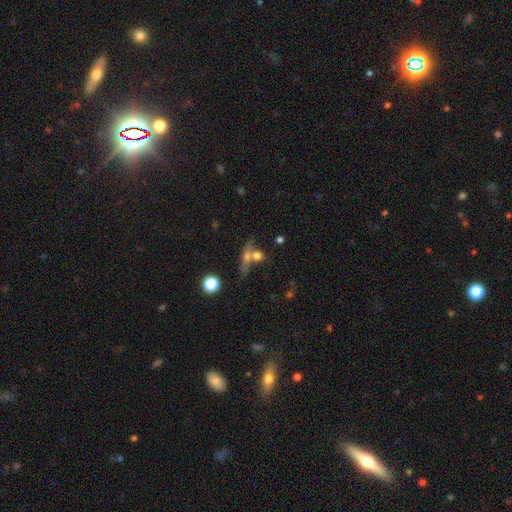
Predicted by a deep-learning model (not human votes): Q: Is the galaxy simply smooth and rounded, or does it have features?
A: smooth — 60%.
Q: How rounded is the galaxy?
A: round — 51%.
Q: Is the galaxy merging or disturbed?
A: merger — 43%.